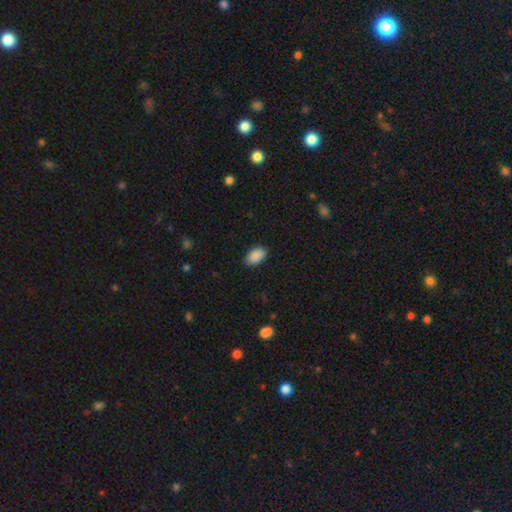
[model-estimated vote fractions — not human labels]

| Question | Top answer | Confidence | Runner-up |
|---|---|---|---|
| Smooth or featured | smooth | 90% | star or artifact (7%) |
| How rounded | in between | 94% | round (5%) |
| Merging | none | 86% | minor disturbance (10%) |